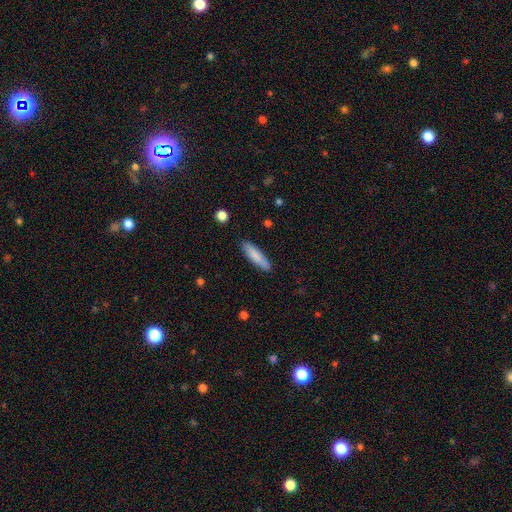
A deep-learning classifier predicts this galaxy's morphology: smooth-or-featured: smooth: 82% | featured or disk: 12% | star or artifact: 6%
  how-rounded: cigar-shaped: 76% | in between: 23% | round: 1%
  merging: none: 85% | minor disturbance: 11% | major disturbance: 2% | merger: 2%